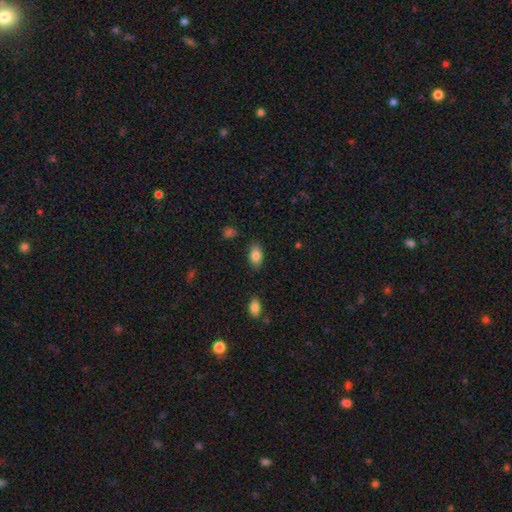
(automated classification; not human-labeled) Morphology: type=smooth (84%); roundness=in between (90%); merging=none (83%).